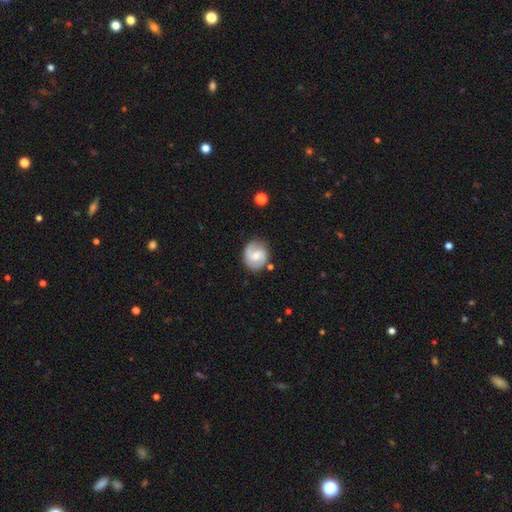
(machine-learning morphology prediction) A featured or disk galaxy (76%) with a weak bar (47%), 2 (87%) medium (48%) spiral arms (95%) and a moderate central bulge (46%).

Vote fractions:
- Smooth or featured? featured or disk: 76% / smooth: 18% / star or artifact: 6%
- Edge-on disk? no: 98% / yes: 2%
- Bar? weak: 47% / no: 45% / strong: 8%
- Spiral arms? yes: 95% / no: 5%
- Spiral winding? medium: 48% / tight: 35% / loose: 17%
- Spiral arm count? 2: 87% / can't tell: 5% / 1: 4% / 3: 2% / 4: 1% / more than 4: 1%
- Bulge size? moderate: 46% / small: 44% / none: 6% / large: 3% / dominant: 1%
- Merging? none: 79% / minor disturbance: 14% / major disturbance: 4% / merger: 2%